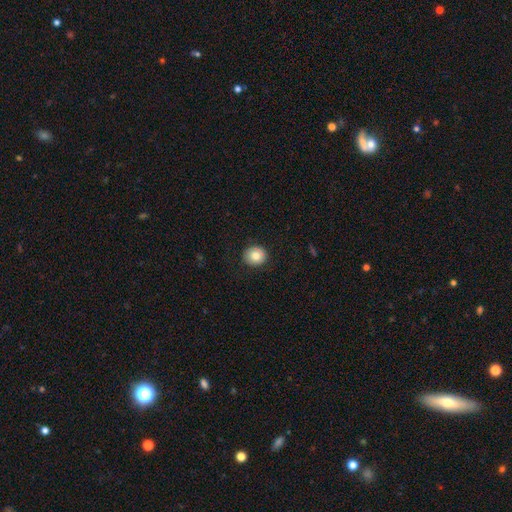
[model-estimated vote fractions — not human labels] Overall: smooth (82%). How rounded: round (84%). Merging: none (89%).